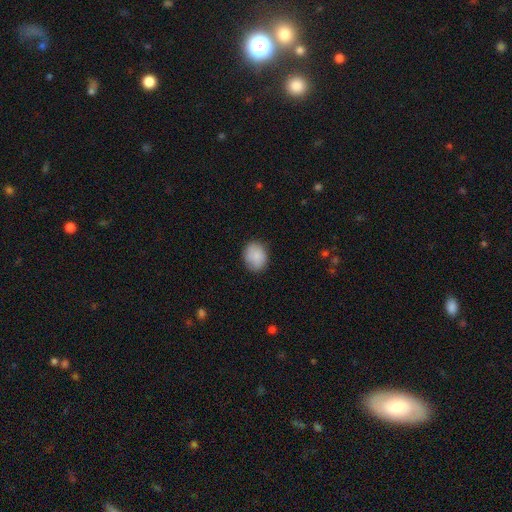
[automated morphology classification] Q: Smooth or featured?
A: smooth (86%); runner-up: star or artifact (7%)
Q: How rounded?
A: round (53%); runner-up: in between (46%)
Q: Merging?
A: none (81%); runner-up: minor disturbance (14%)